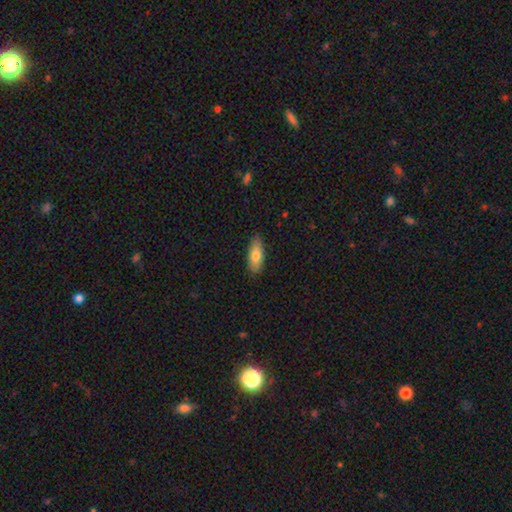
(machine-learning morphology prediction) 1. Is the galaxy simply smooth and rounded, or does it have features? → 77% smooth, 17% featured or disk, 6% star or artifact.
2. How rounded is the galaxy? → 73% in between, 24% cigar-shaped, 3% round.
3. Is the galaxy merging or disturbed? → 84% none, 13% minor disturbance, 2% major disturbance, 1% merger.